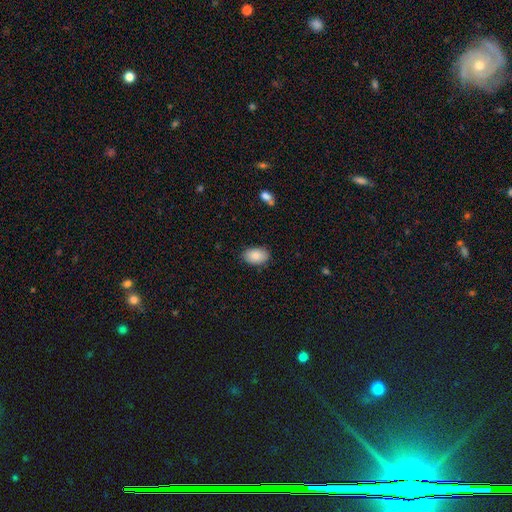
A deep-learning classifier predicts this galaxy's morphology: This is clearly a smooth galaxy (87%). How rounded: clearly in between (90%). Merging: clearly none (84%).